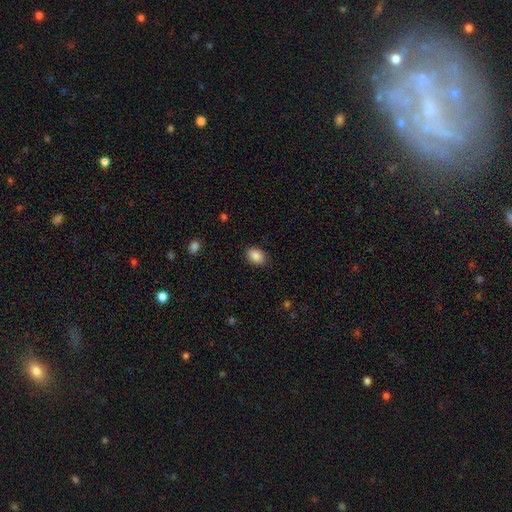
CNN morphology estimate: A smooth galaxy with no disk features (88%) that is in between round and cigar-shaped (69%).

Vote fractions:
- Smooth or featured? smooth: 88% / star or artifact: 8% / featured or disk: 4%
- How rounded? in between: 69% / round: 30% / cigar-shaped: 1%
- Merging? none: 86% / minor disturbance: 11% / major disturbance: 3% / merger: 1%